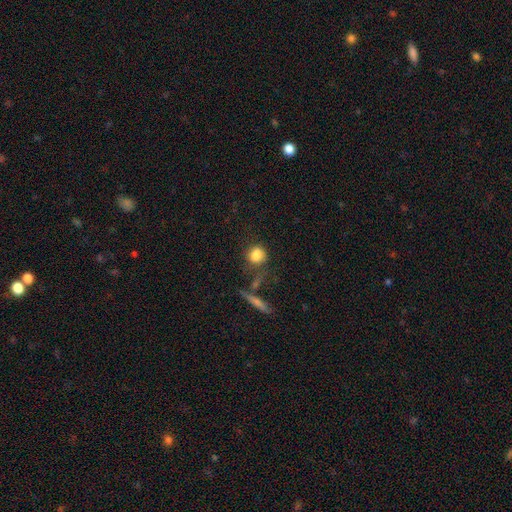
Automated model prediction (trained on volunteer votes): Smooth or featured: smooth — 81% (star or artifact — 10%)
How rounded: round — 67% (in between — 29%)
Merging: none — 57% (minor disturbance — 19%)